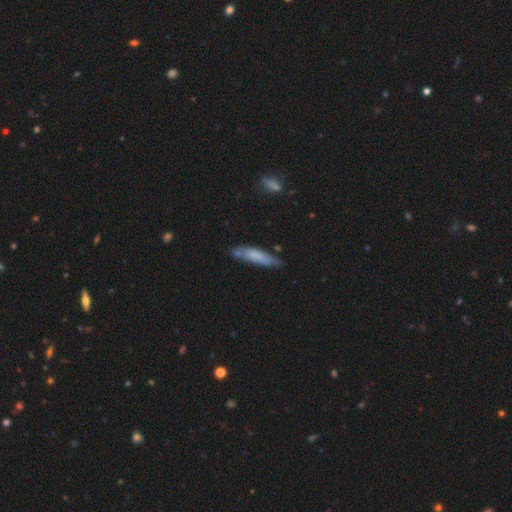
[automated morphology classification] A smooth galaxy with no disk features (68%) that is cigar-shaped (79%). Merging: none (65%).